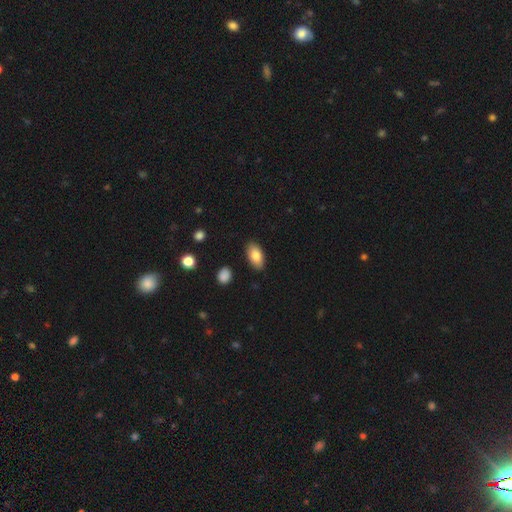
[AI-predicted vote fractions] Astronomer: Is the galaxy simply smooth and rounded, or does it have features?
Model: smooth — 83%.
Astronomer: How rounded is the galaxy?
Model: in between — 93%.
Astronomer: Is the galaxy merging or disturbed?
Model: none — 87%.